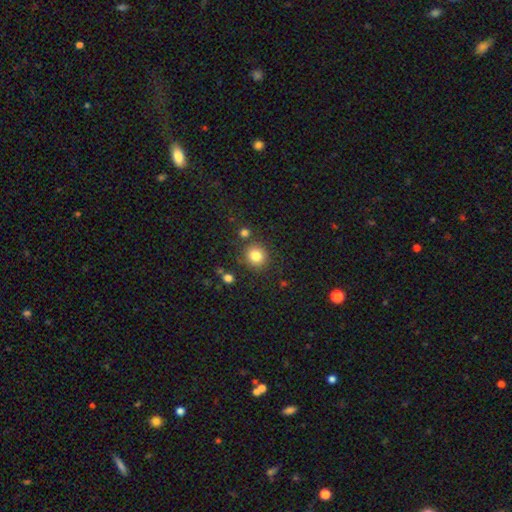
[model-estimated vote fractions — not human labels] Q: Smooth or featured?
A: smooth (82%); runner-up: star or artifact (11%)
Q: How rounded?
A: round (88%); runner-up: in between (11%)
Q: Merging?
A: none (83%); runner-up: minor disturbance (8%)